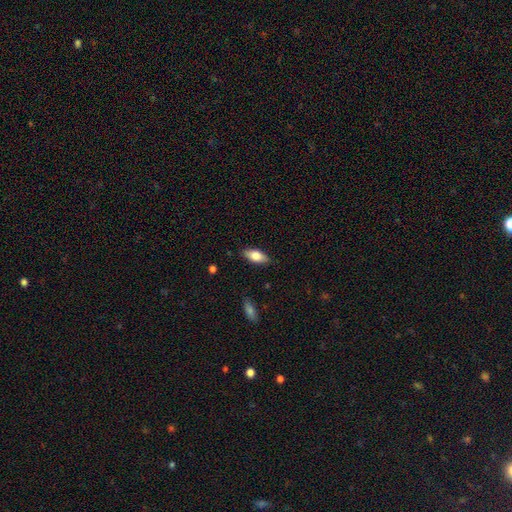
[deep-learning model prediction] A smooth galaxy with no disk features (78%) that is in between round and cigar-shaped (87%).

Vote fractions:
- Smooth or featured? smooth: 78% / featured or disk: 16% / star or artifact: 7%
- How rounded? in between: 87% / cigar-shaped: 11% / round: 2%
- Merging? none: 86% / minor disturbance: 11% / major disturbance: 2% / merger: 1%